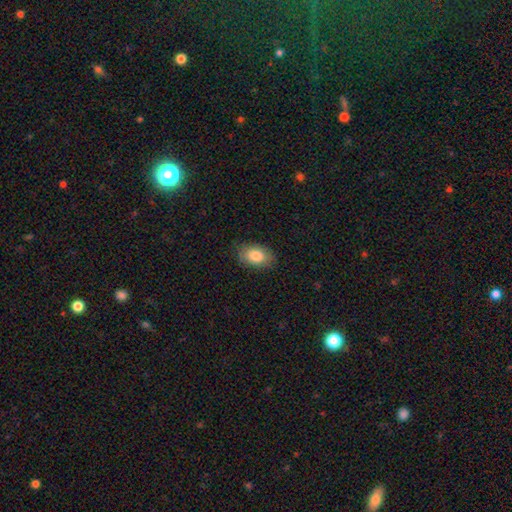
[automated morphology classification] This is clearly a smooth galaxy (83%). How rounded: clearly in between (88%). Merging: clearly none (82%).